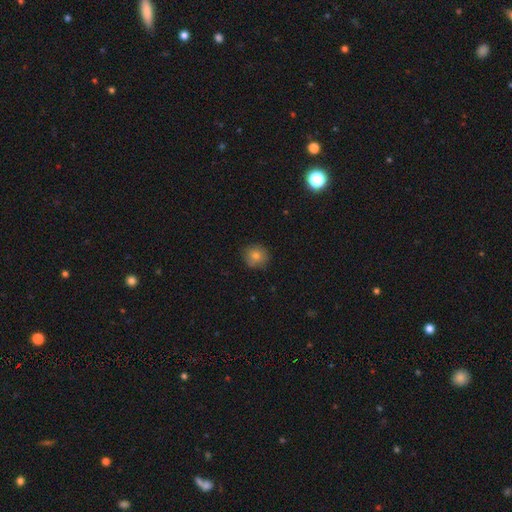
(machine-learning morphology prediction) A smooth galaxy with no disk features (79%) that is round (91%). Merging: none (85%).